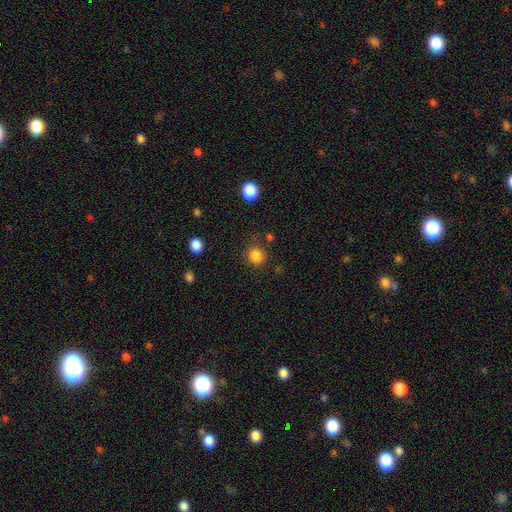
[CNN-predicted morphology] This appears to be a smooth galaxy with no disk features (84%) that is round (87%). Merging: none (81%).